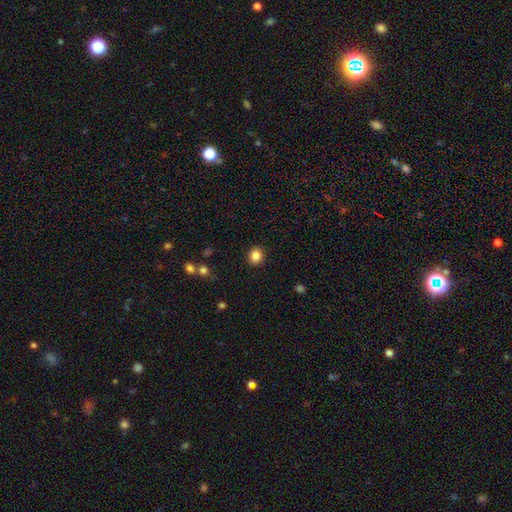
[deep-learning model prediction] Smooth or featured? Predicted: smooth (p=0.85). How rounded? Predicted: round (p=0.77). Merging? Predicted: none (p=0.91).